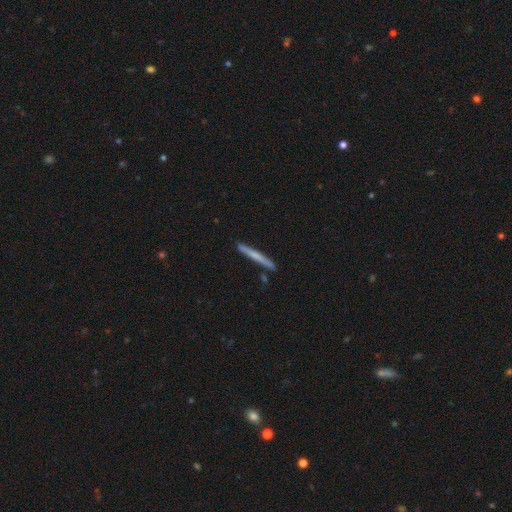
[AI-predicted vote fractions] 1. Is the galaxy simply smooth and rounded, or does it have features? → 55% smooth, 40% featured or disk, 5% star or artifact.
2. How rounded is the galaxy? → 96% cigar-shaped, 2% in between, 1% round.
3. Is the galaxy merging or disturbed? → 87% none, 8% minor disturbance, 3% merger, 2% major disturbance.